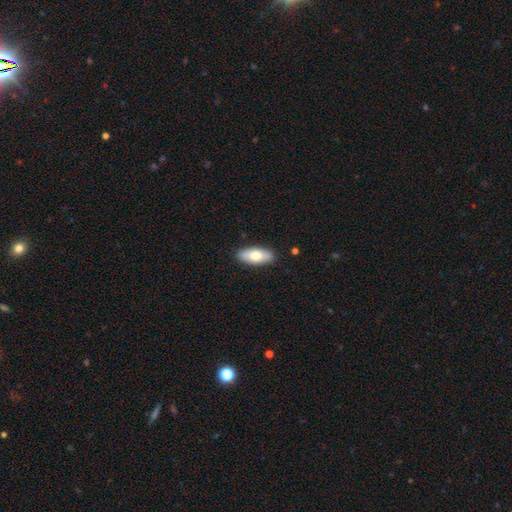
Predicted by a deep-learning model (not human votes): smooth-or-featured: smooth: 70% | featured or disk: 25% | star or artifact: 6%
  how-rounded: in between: 84% | cigar-shaped: 13% | round: 3%
  merging: none: 88% | minor disturbance: 9% | major disturbance: 2% | merger: 1%